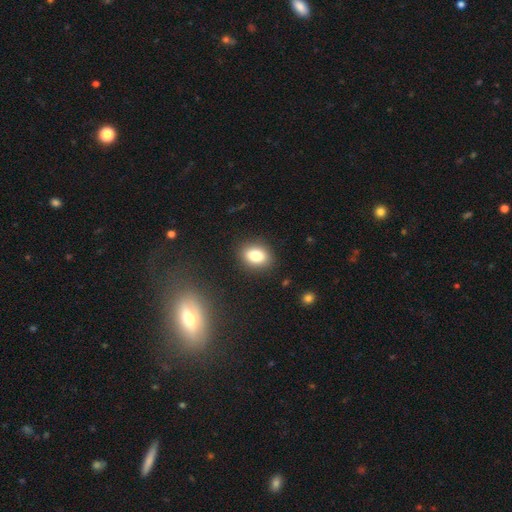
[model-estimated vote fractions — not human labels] This appears to be a smooth galaxy with no disk features (81%) that is in between round and cigar-shaped (70%). Merging: none (87%).